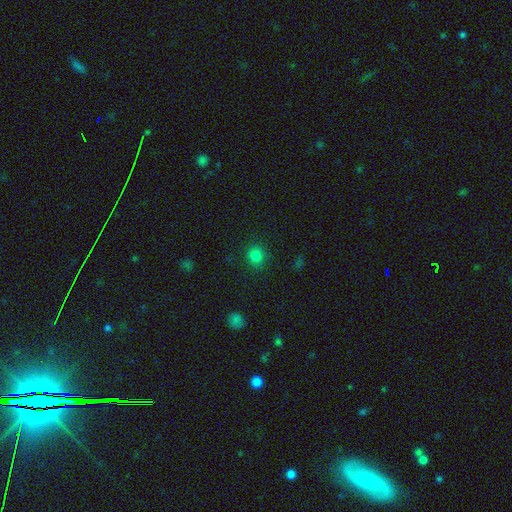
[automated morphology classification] A smooth galaxy with no disk features (81%) that is round (86%).

Vote fractions:
- Smooth or featured? smooth: 81% / star or artifact: 14% / featured or disk: 4%
- How rounded? round: 86% / in between: 13% / cigar-shaped: 1%
- Merging? none: 88% / minor disturbance: 8% / major disturbance: 3% / merger: 1%